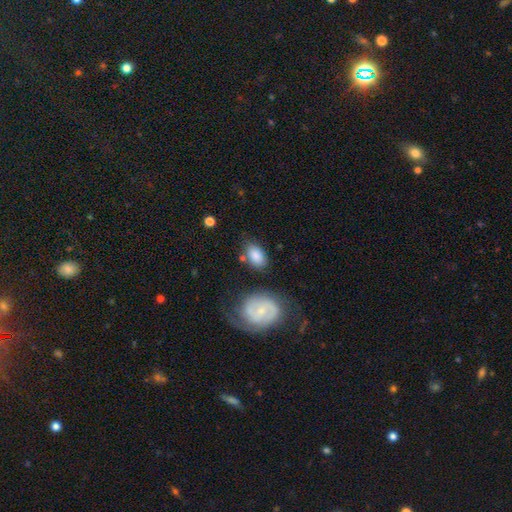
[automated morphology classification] Smooth or featured? Predicted: smooth (p=0.81). How rounded? Predicted: in between (p=0.88). Merging? Predicted: none (p=0.69).